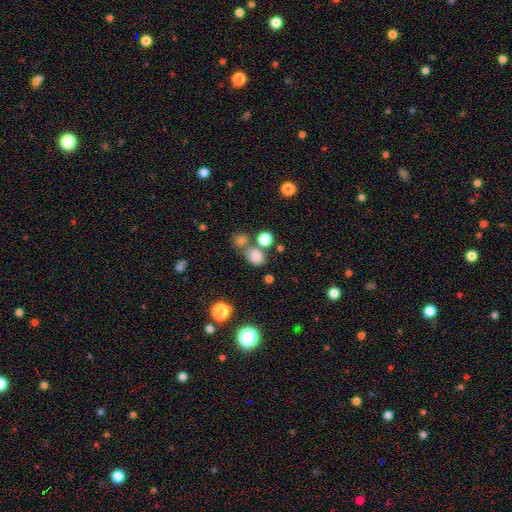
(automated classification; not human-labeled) Overall: smooth (78%). How rounded: in between (51%; round 48%). Merging: none (58%; merger 25%).